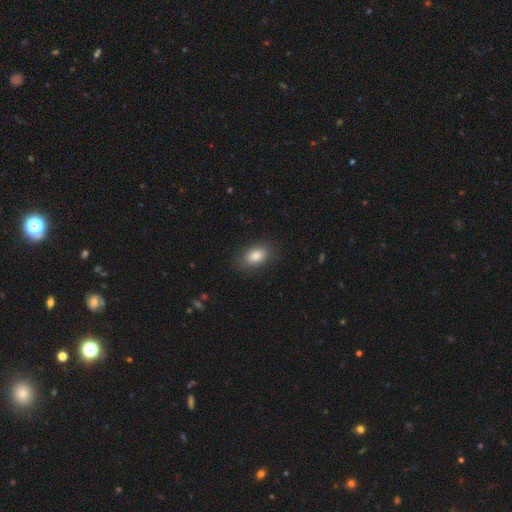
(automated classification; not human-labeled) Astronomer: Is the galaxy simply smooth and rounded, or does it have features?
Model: smooth — 86%.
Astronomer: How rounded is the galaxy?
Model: in between — 89%.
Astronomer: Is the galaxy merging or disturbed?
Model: none — 84%.